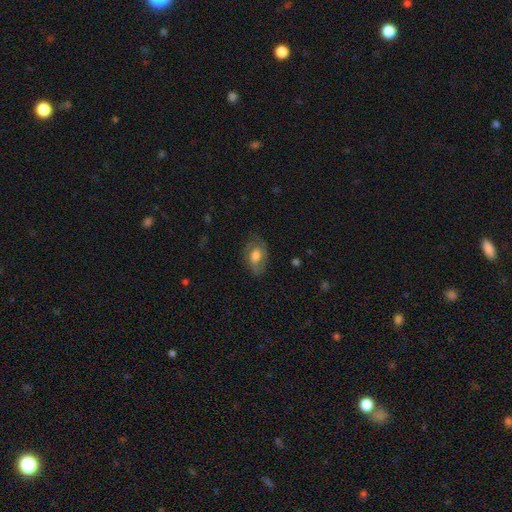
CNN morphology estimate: Smooth or featured?
  - smooth: 54% *
  - featured or disk: 38%
  - star or artifact: 8%
How rounded?
  - in between: 86% *
  - round: 12%
  - cigar-shaped: 2%
Merging?
  - none: 67% *
  - minor disturbance: 22%
  - major disturbance: 10%
  - merger: 1%